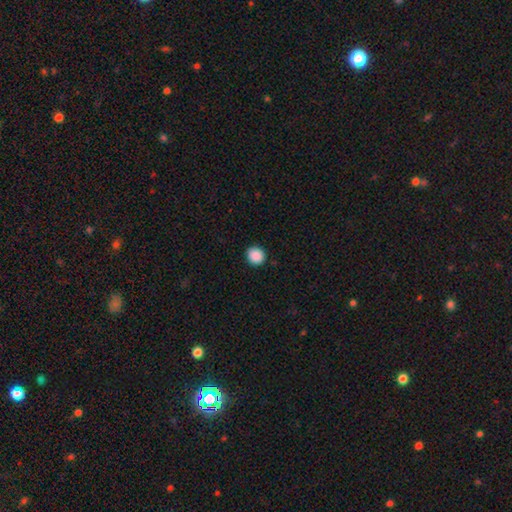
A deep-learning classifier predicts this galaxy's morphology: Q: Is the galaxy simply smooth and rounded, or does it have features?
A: smooth — 89%.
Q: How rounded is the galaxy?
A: round — 82%.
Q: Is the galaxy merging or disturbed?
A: none — 91%.